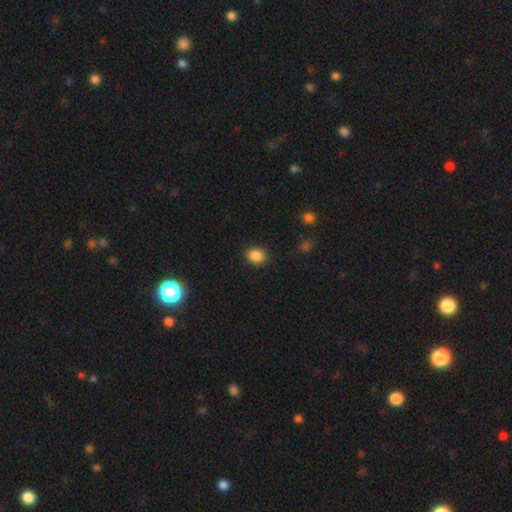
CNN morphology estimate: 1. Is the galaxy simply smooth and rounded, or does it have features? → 87% smooth, 10% star or artifact, 3% featured or disk.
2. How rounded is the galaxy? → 53% round, 46% in between, 1% cigar-shaped.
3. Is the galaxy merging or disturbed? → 89% none, 7% minor disturbance, 2% major disturbance, 1% merger.